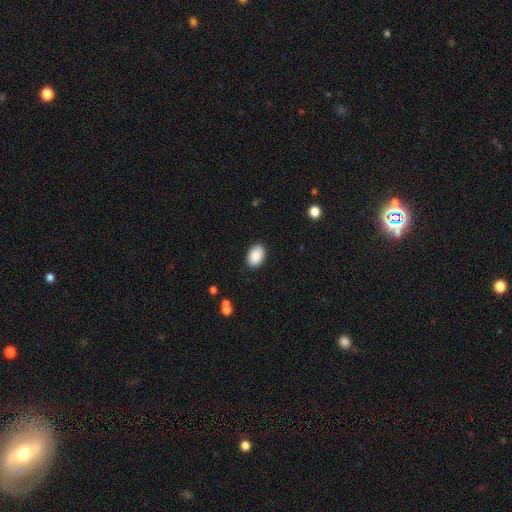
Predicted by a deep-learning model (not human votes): Overall: smooth (90%). How rounded: in between (82%). Merging: none (88%).